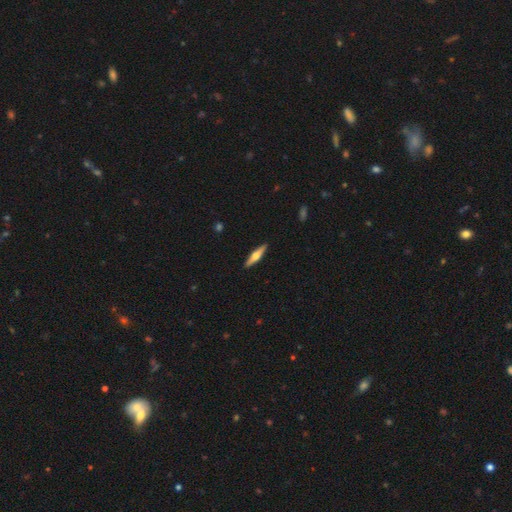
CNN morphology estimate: The model was most divided on "smooth or featured": featured or disk: 59%, smooth: 36%, star or artifact: 5%. More confident: edge-on disk — yes (96%); edge-on bulge — rounded (94%); merging — none (92%).